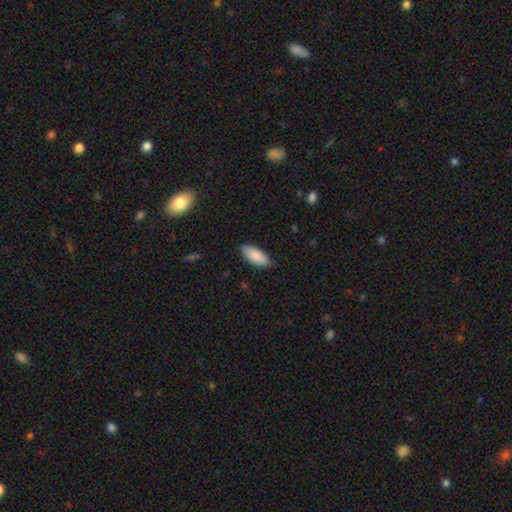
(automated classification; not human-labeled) smooth 88%, featured or disk 6%, star or artifact 6%. Down the decision tree: how rounded — in between (88%); merging — none (84%).